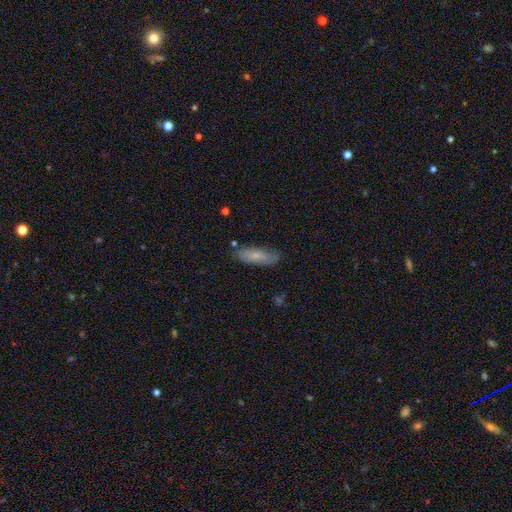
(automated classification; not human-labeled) Smooth or featured?
  - smooth: 69% *
  - featured or disk: 25%
  - star or artifact: 7%
How rounded?
  - in between: 57% *
  - cigar-shaped: 41%
  - round: 2%
Merging?
  - none: 76% *
  - minor disturbance: 18%
  - major disturbance: 3%
  - merger: 2%